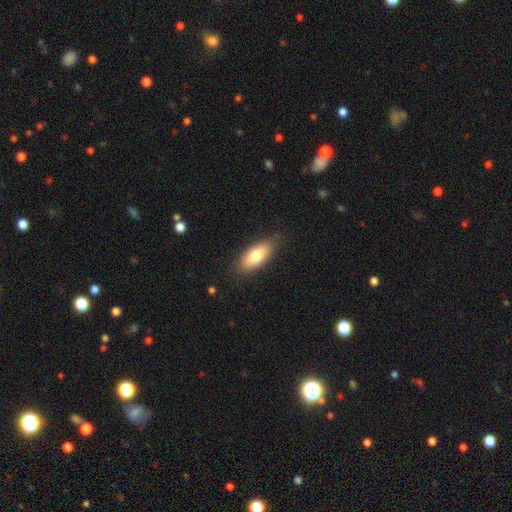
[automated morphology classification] This appears to be a smooth galaxy with no disk features (77%) that is in between round and cigar-shaped (83%). Merging: none (81%).